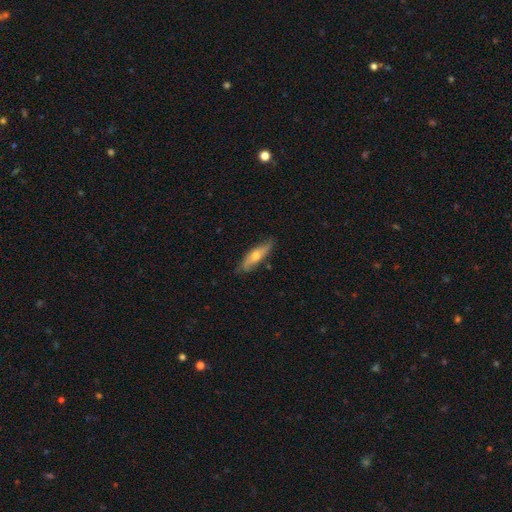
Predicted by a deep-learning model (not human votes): Q: Smooth or featured?
A: smooth (54%); runner-up: featured or disk (40%)
Q: How rounded?
A: cigar-shaped (53%); runner-up: in between (45%)
Q: Merging?
A: none (74%); runner-up: minor disturbance (20%)